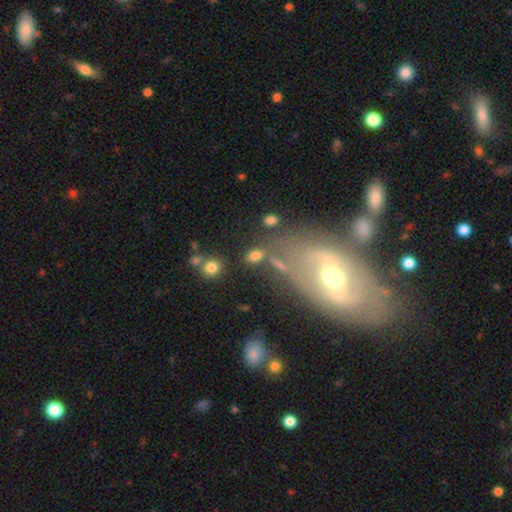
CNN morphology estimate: Smooth or featured? smooth (75%)
How rounded? in between (78%)
Merging? none (67%)